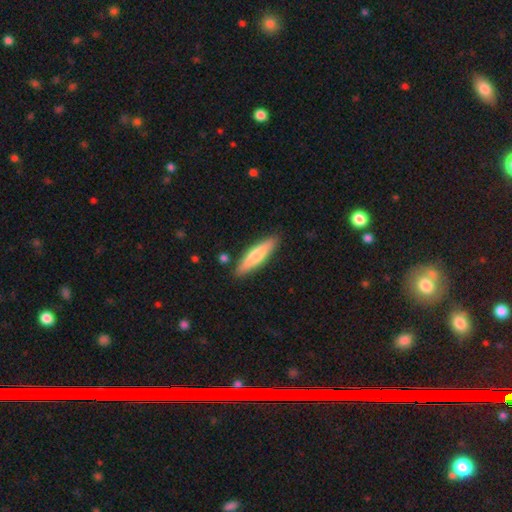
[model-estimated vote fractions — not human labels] smooth 64%, featured or disk 30%, star or artifact 5%. Down the decision tree: how rounded — cigar-shaped (79%); merging — none (87%).